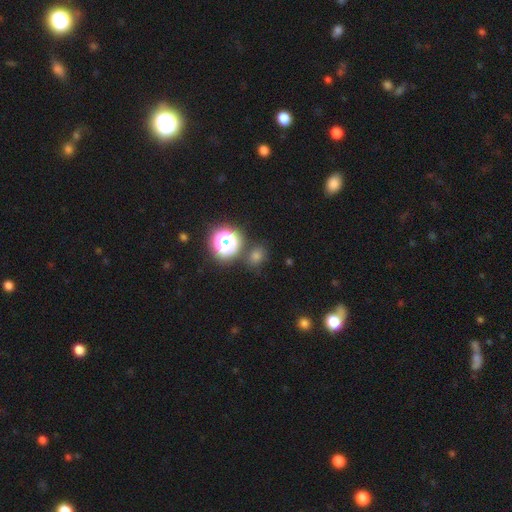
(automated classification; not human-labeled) A smooth galaxy with no disk features (62%) that is round (71%). Merging: none (81%).